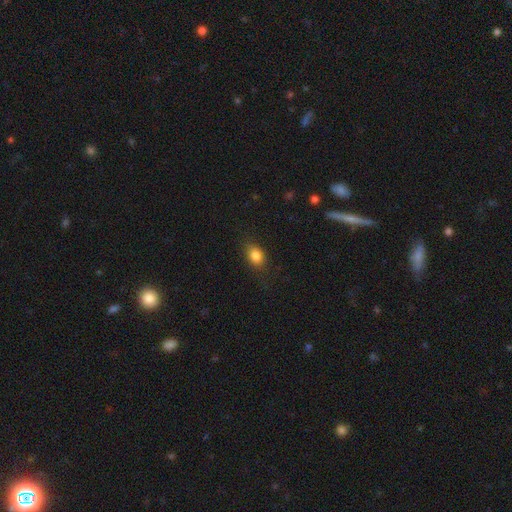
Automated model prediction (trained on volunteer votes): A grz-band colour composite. It shows a smooth galaxy with no disk features (83%) that is in between round and cigar-shaped (69%). Merging: none (81%).